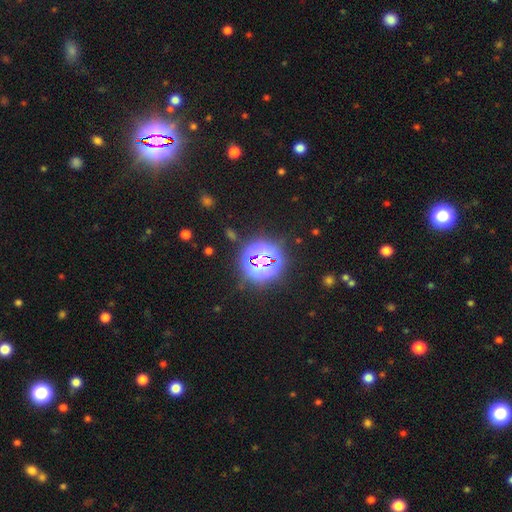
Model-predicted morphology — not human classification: Smooth or featured? Predicted: star or artifact (p=0.82).